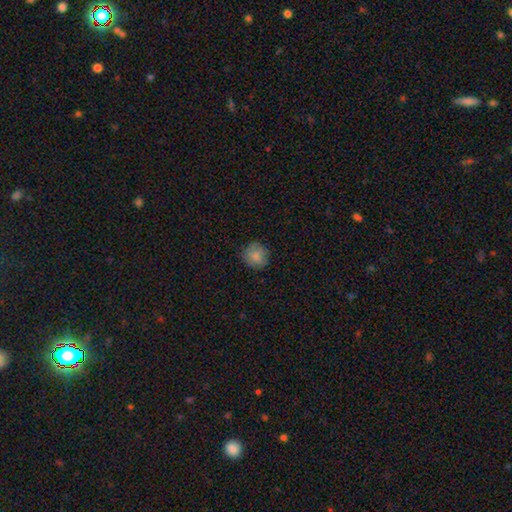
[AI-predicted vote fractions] smooth 84%, star or artifact 8%, featured or disk 7%. Down the decision tree: how rounded — round (90%); merging — none (84%).